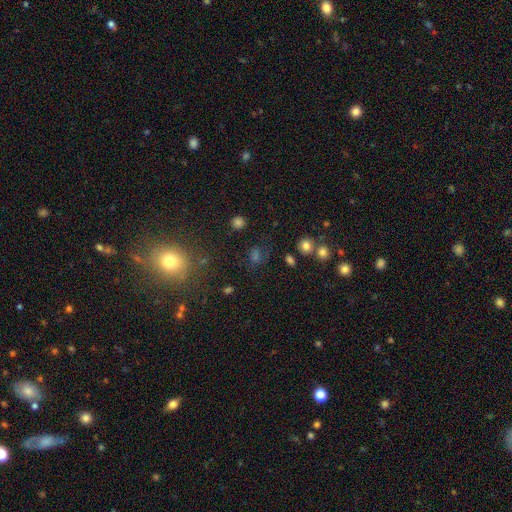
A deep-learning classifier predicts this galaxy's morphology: This is possibly a smooth galaxy (52%). How rounded: possibly round (56%). Merging: likely none (71%).